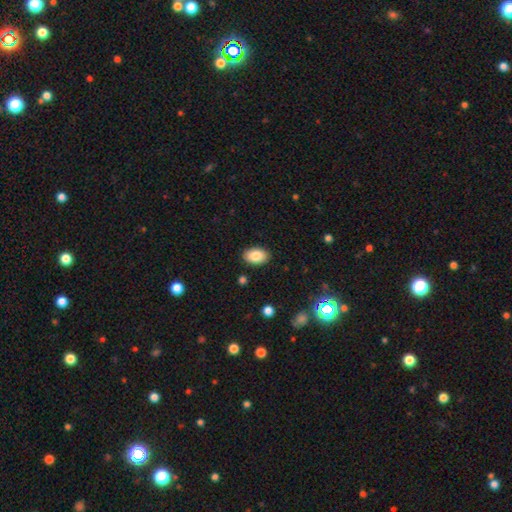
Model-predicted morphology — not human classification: smooth-or-featured: smooth: 85% | star or artifact: 8% | featured or disk: 7%
  how-rounded: in between: 90% | round: 9% | cigar-shaped: 1%
  merging: none: 89% | minor disturbance: 8% | major disturbance: 2% | merger: 1%